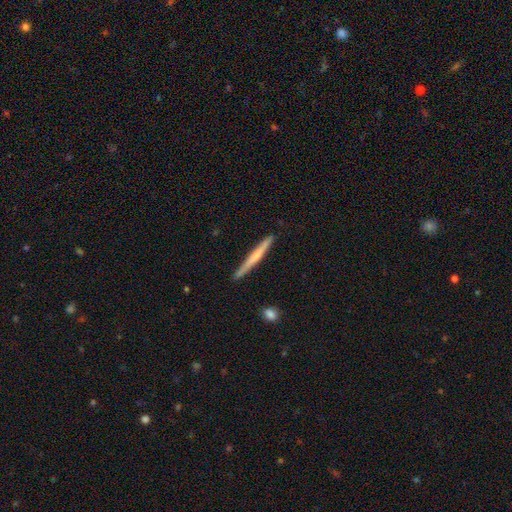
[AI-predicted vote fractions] Morphology: type=smooth (50%); merging=none (89%).